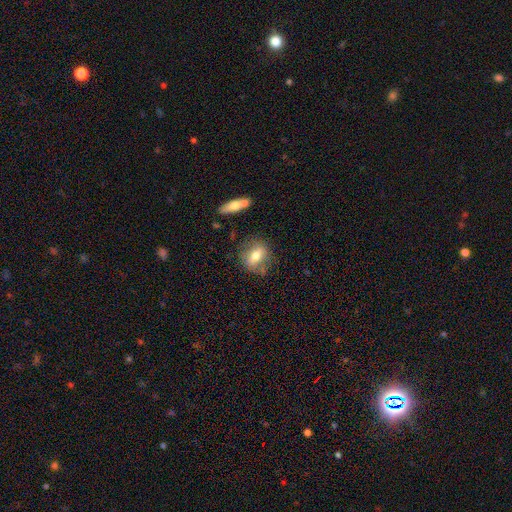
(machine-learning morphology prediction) smooth_or_featured: smooth (p=0.59) [alt: featured or disk p=0.32]
how_rounded: in between (p=0.52) [alt: round p=0.42]
merging: none (p=0.73) [alt: minor disturbance p=0.17]